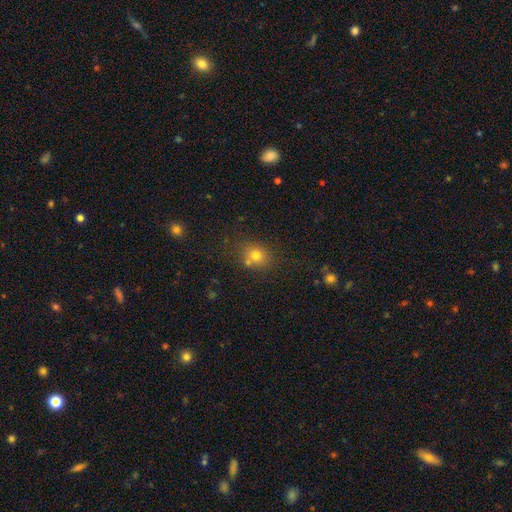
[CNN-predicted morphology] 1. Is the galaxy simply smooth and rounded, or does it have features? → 74% smooth, 16% star or artifact, 11% featured or disk.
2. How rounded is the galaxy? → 72% round, 27% in between, 1% cigar-shaped.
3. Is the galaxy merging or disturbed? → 65% none, 19% merger, 12% minor disturbance, 4% major disturbance.